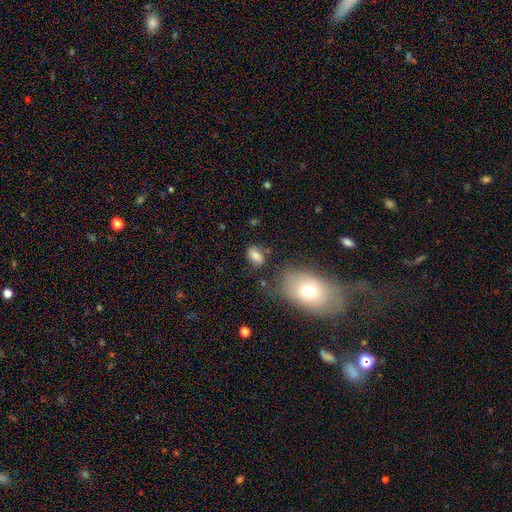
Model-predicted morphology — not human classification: smooth_or_featured: smooth (p=0.81) [alt: featured or disk p=0.10]
how_rounded: in between (p=0.85) [alt: round p=0.13]
merging: none (p=0.74) [alt: minor disturbance p=0.15]